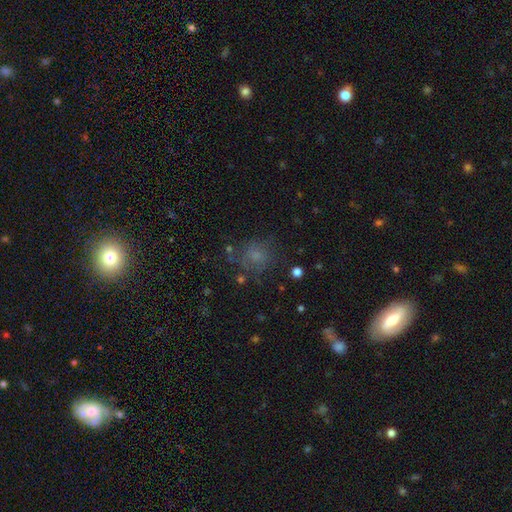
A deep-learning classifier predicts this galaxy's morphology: Overall: smooth (61%; star or artifact 22%). How rounded: round (78%). Merging: none (65%).